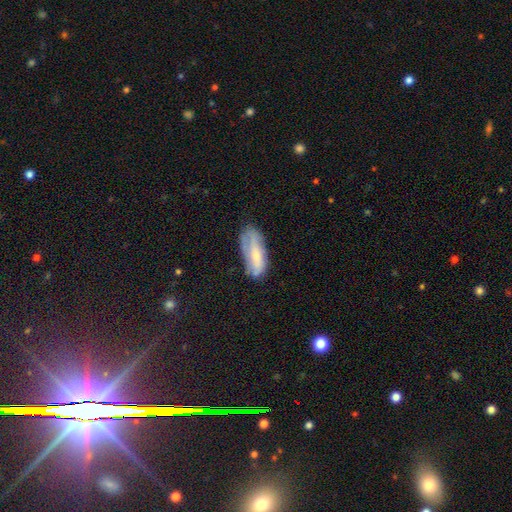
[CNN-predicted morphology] Smooth or featured?
  - smooth: 54% *
  - featured or disk: 39%
  - star or artifact: 7%
How rounded?
  - in between: 77% *
  - cigar-shaped: 21%
  - round: 2%
Merging?
  - none: 57% *
  - minor disturbance: 29%
  - major disturbance: 11%
  - merger: 3%